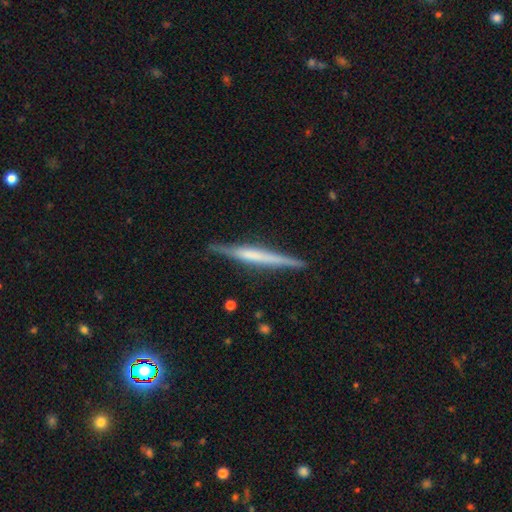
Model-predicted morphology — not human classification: Q: Smooth or featured?
A: featured or disk (60%); runner-up: smooth (35%)
Q: Edge-on disk?
A: yes (97%); runner-up: no (3%)
Q: Edge-on bulge?
A: none (55%); runner-up: boxy (25%)
Q: Merging?
A: none (87%); runner-up: minor disturbance (10%)